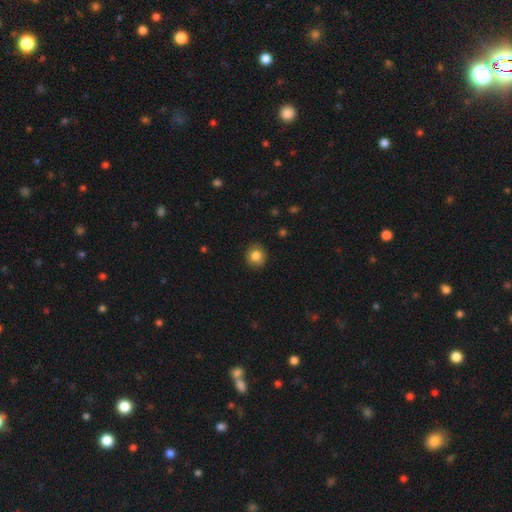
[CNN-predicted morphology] Smooth or featured? Predicted: smooth (p=0.83). How rounded? Predicted: round (p=0.86). Merging? Predicted: none (p=0.89).